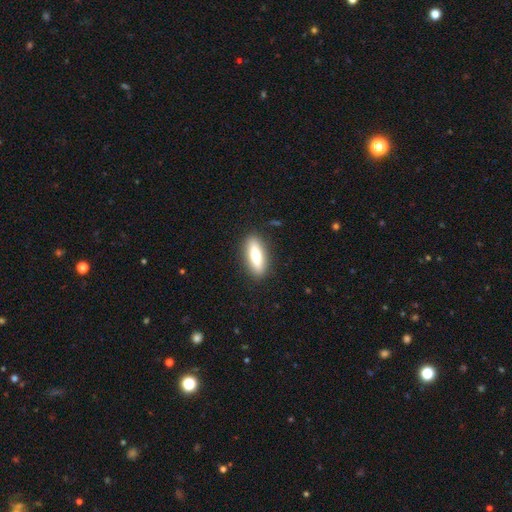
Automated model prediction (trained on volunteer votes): Overall: smooth (66%; featured or disk 28%). How rounded: in between (56%; cigar-shaped 42%). Merging: none (88%).